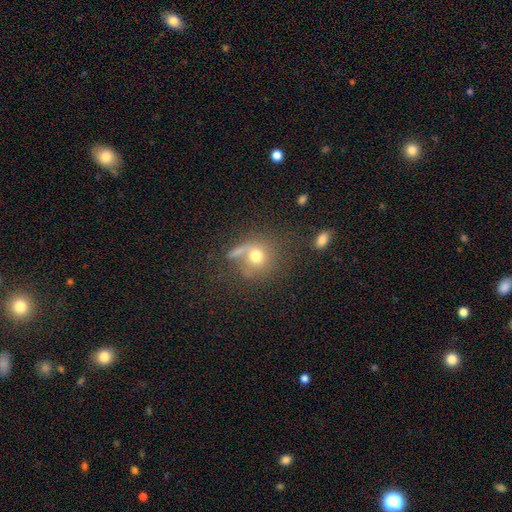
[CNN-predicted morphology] Smooth or featured? Predicted: smooth (p=0.69). How rounded? Predicted: round (p=0.84). Merging? Predicted: none (p=0.48).